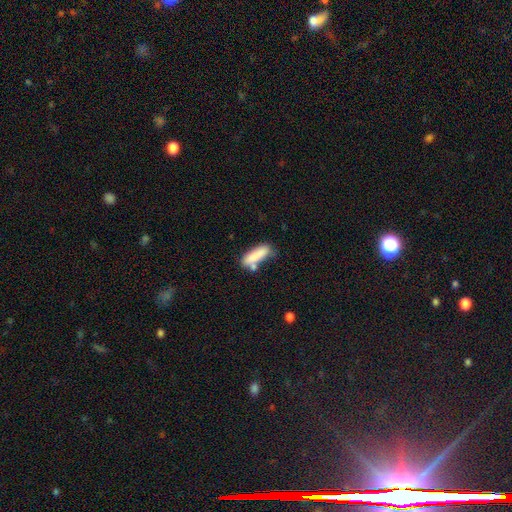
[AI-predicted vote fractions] A smooth galaxy with no disk features (82%) that is cigar-shaped (56%).

Vote fractions:
- Smooth or featured? smooth: 82% / featured or disk: 11% / star or artifact: 7%
- How rounded? cigar-shaped: 56% / in between: 42% / round: 2%
- Merging? none: 57% / minor disturbance: 21% / merger: 16% / major disturbance: 6%